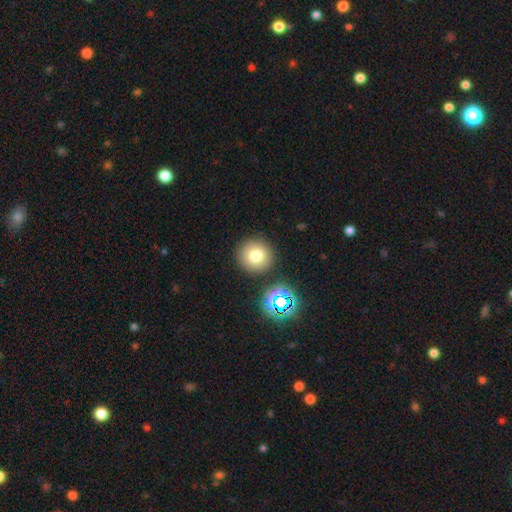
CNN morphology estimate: Smooth or featured: smooth — 75% (star or artifact — 16%)
How rounded: round — 94% (in between — 5%)
Merging: none — 87% (minor disturbance — 6%)